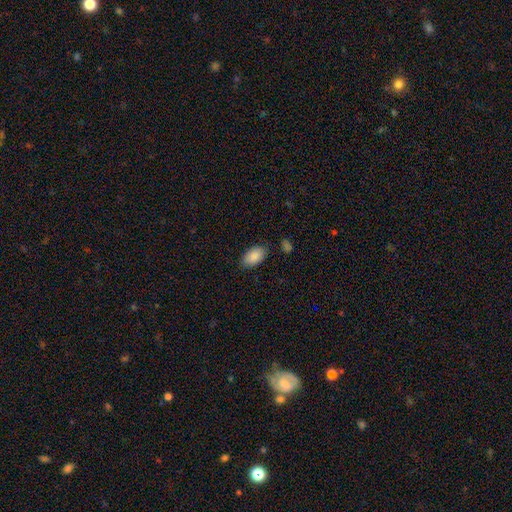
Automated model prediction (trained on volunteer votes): Smooth or featured?
  - smooth: 89% *
  - star or artifact: 7%
  - featured or disk: 5%
How rounded?
  - in between: 94% *
  - round: 3%
  - cigar-shaped: 2%
Merging?
  - none: 82% *
  - minor disturbance: 12%
  - major disturbance: 3%
  - merger: 3%